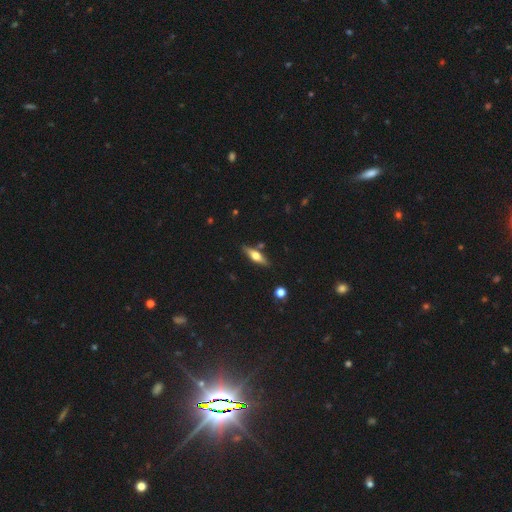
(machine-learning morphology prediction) A featured or disk galaxy (52%) viewed edge-on (93%).

Vote fractions:
- Smooth or featured? featured or disk: 52% / smooth: 42% / star or artifact: 6%
- Edge-on disk? yes: 93% / no: 7%
- Merging? none: 83% / minor disturbance: 10% / merger: 4% / major disturbance: 2%